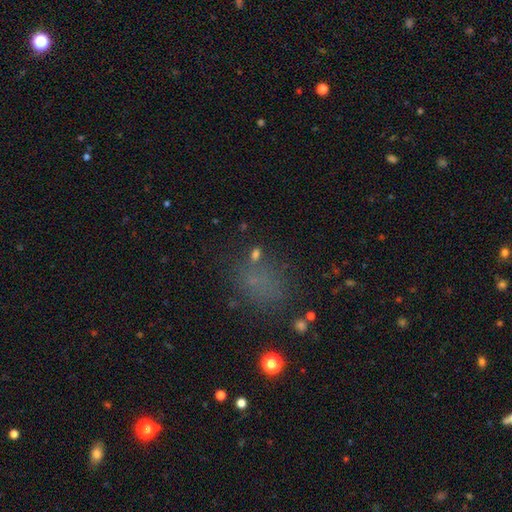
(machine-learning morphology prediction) smooth 53%, star or artifact 32%, featured or disk 16%. Down the decision tree: how rounded — in between (50%); merging — none (61%).